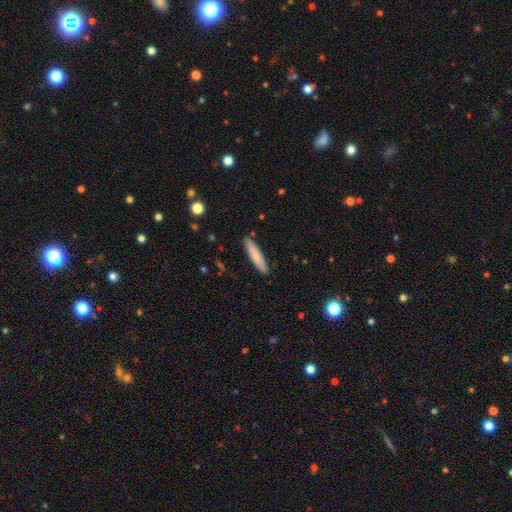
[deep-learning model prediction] smooth-or-featured: smooth: 77% | featured or disk: 18% | star or artifact: 6%
  how-rounded: cigar-shaped: 89% | in between: 10% | round: 1%
  merging: none: 89% | minor disturbance: 8% | major disturbance: 1% | merger: 1%